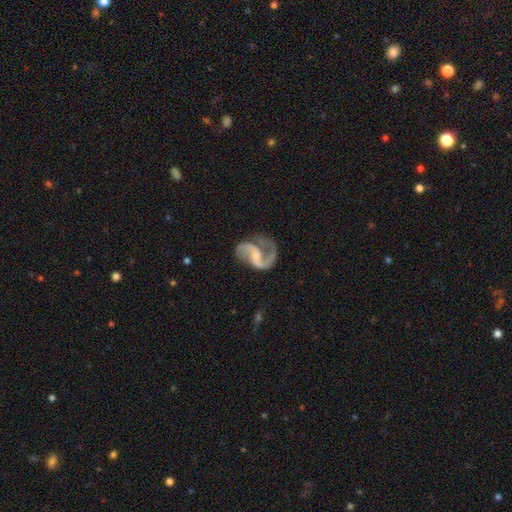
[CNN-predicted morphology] Smooth or featured? Predicted: featured or disk (p=0.91). Edge-on disk? Predicted: no (p=0.98). Bar? Predicted: weak (p=0.45). Spiral arms? Predicted: yes (p=0.97). Spiral winding? Predicted: medium (p=0.46, tied with loose). Spiral arm count? Predicted: 2 (p=0.89). Bulge size? Predicted: small (p=0.52). Merging? Predicted: none (p=0.61).